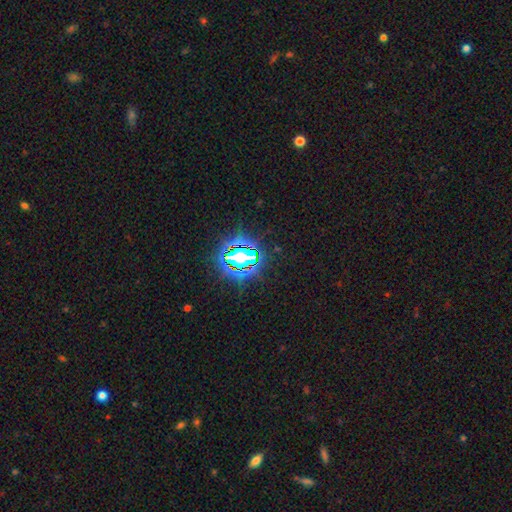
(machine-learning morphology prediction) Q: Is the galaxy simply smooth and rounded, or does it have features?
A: star or artifact — 82%.